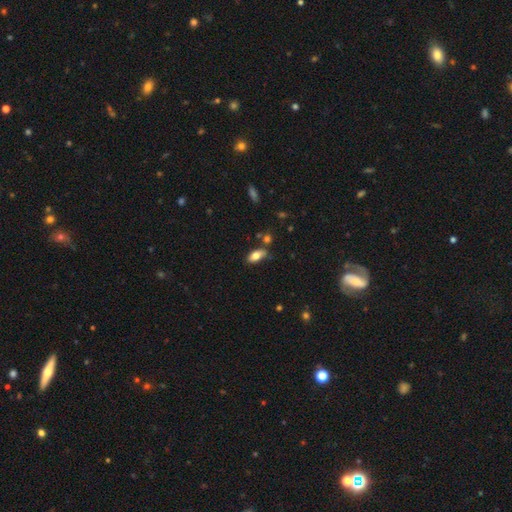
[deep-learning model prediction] Smooth or featured? Predicted: smooth (p=0.78). How rounded? Predicted: in between (p=0.89). Merging? Predicted: none (p=0.63).